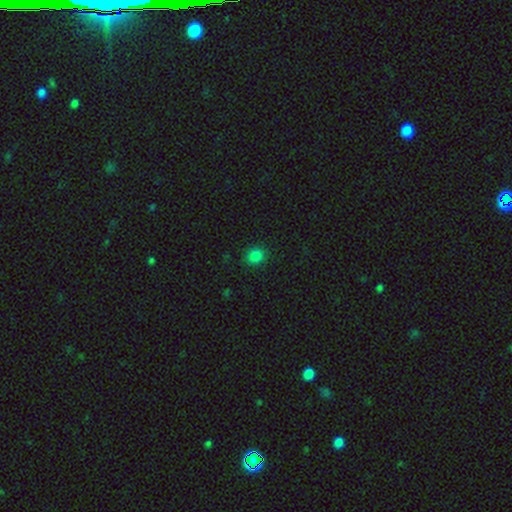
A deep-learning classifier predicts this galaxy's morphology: A smooth galaxy with no disk features (83%) that is round (73%).

Vote fractions:
- Smooth or featured? smooth: 83% / star or artifact: 14% / featured or disk: 3%
- How rounded? round: 73% / in between: 27% / cigar-shaped: 1%
- Merging? none: 88% / minor disturbance: 8% / major disturbance: 2% / merger: 1%